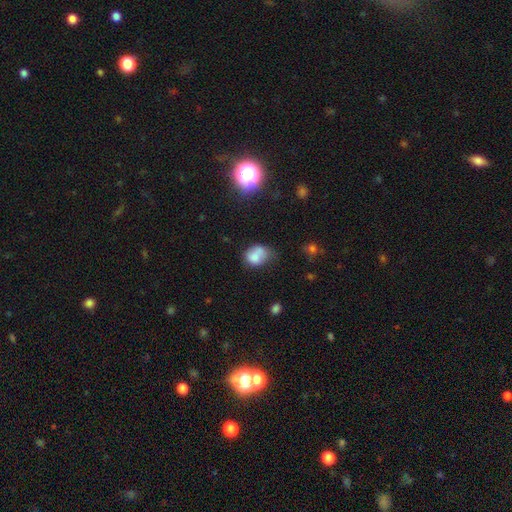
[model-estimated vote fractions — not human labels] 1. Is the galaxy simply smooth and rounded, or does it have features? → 73% smooth, 16% featured or disk, 11% star or artifact.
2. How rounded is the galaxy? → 57% in between, 42% round, 1% cigar-shaped.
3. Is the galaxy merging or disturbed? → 35% none, 31% minor disturbance, 20% merger, 15% major disturbance.